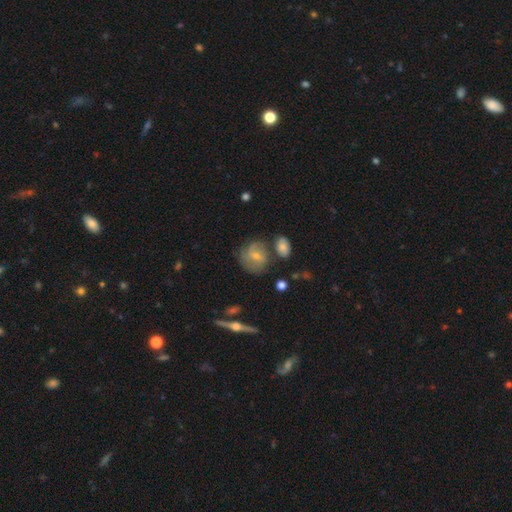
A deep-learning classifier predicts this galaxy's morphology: Overall: featured or disk (51%; smooth 40%). Edge-on disk: no (95%). Merging: none (56%; minor disturbance 22%).